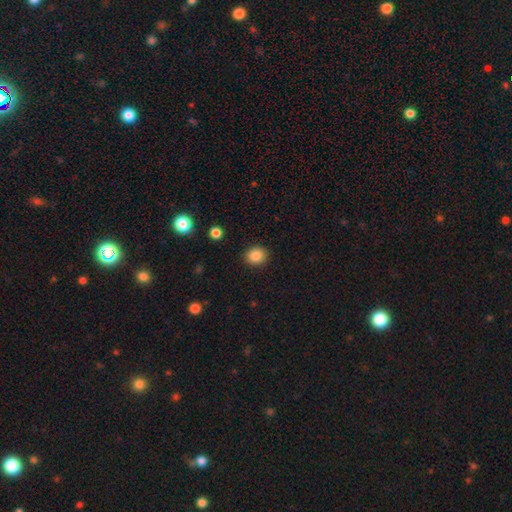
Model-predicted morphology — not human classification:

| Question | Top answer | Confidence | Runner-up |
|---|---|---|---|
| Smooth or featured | smooth | 86% | star or artifact (10%) |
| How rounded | round | 77% | in between (22%) |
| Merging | none | 90% | minor disturbance (7%) |